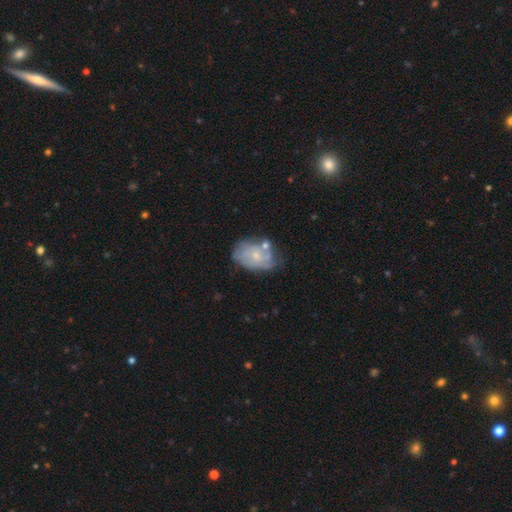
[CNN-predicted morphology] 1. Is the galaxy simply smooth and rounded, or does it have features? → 60% featured or disk, 33% smooth, 8% star or artifact.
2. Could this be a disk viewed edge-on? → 97% no, 3% yes.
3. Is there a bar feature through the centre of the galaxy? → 81% no, 16% weak, 2% strong.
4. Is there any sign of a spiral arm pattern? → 59% yes, 41% no.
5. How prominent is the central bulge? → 68% small, 25% moderate, 5% none, 1% large, 1% dominant.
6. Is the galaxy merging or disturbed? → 45% none, 28% minor disturbance, 14% merger, 13% major disturbance.